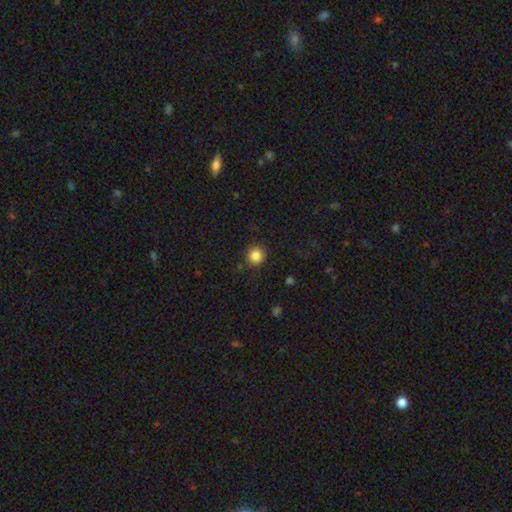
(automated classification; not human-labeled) smooth 85%, star or artifact 11%, featured or disk 4%. Down the decision tree: how rounded — round (92%); merging — none (90%).